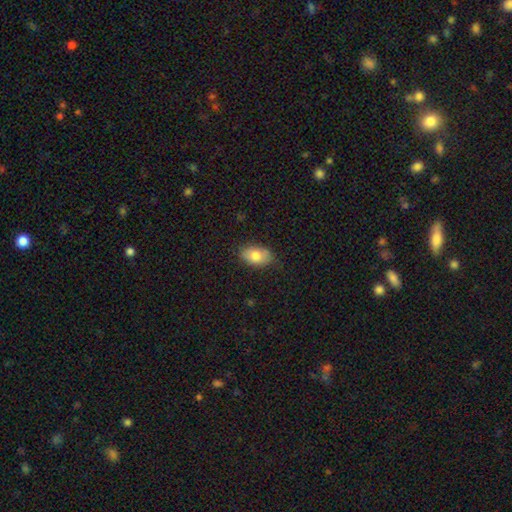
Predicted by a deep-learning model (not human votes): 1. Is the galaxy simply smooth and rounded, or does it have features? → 78% smooth, 14% featured or disk, 7% star or artifact.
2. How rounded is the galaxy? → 90% in between, 8% round, 2% cigar-shaped.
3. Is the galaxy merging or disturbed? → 81% none, 15% minor disturbance, 3% major disturbance, 1% merger.